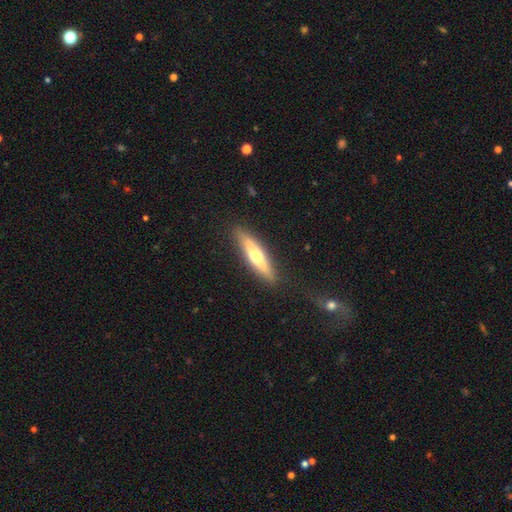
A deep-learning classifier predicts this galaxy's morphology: Overall: featured or disk (48%; smooth 46%). Merging: none (87%).